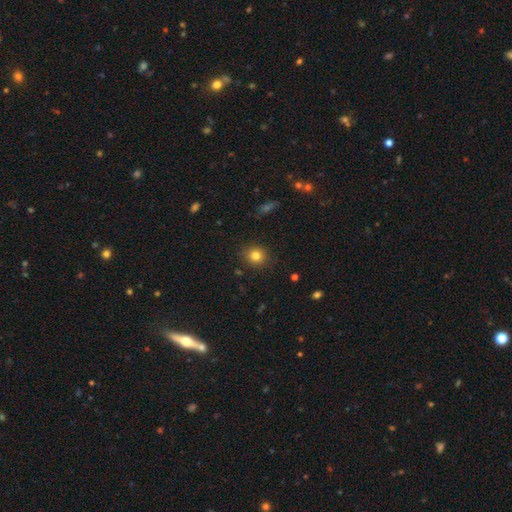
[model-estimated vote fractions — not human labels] Morphology: type=smooth (81%); roundness=round (81%); merging=none (88%).